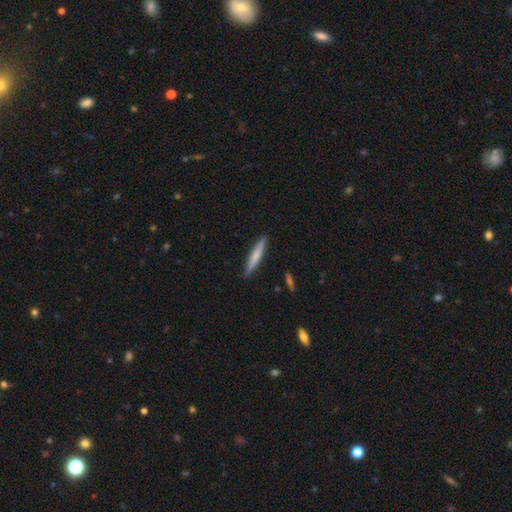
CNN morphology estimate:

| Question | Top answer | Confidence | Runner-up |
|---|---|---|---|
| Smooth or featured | smooth | 60% | featured or disk (35%) |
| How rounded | cigar-shaped | 93% | in between (6%) |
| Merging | none | 89% | minor disturbance (8%) |